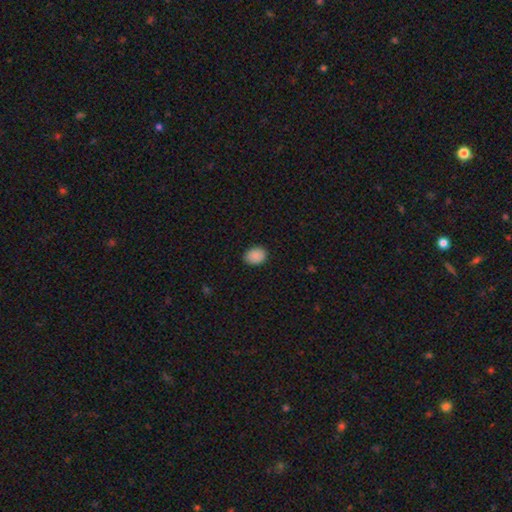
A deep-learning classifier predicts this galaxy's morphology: type=smooth (89%); roundness=in between (58%); merging=none (88%).